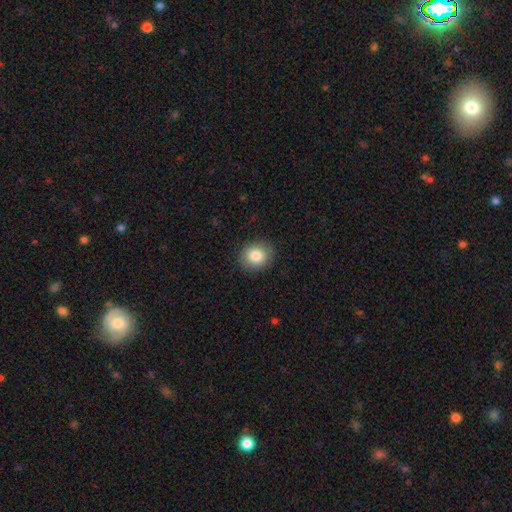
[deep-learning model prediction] Smooth or featured? Predicted: smooth (p=0.84). How rounded? Predicted: round (p=0.64). Merging? Predicted: none (p=0.88).